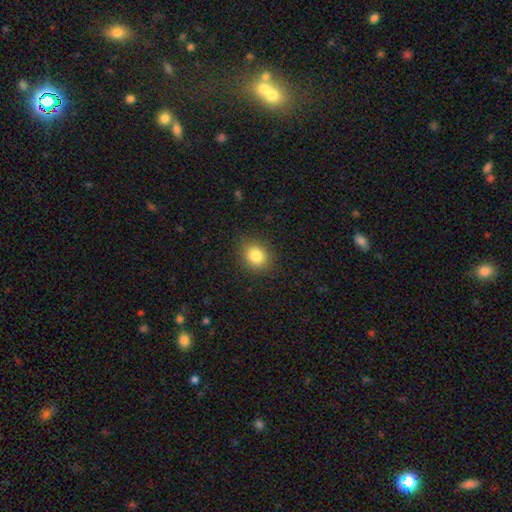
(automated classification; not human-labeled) Smooth or featured? Predicted: smooth (p=0.84). How rounded? Predicted: round (p=0.61). Merging? Predicted: none (p=0.87).